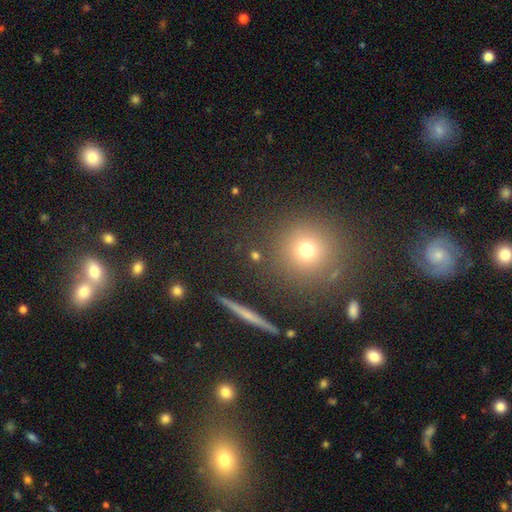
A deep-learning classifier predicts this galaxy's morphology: Q: Smooth or featured?
A: smooth (63%); runner-up: star or artifact (24%)
Q: How rounded?
A: round (84%); runner-up: in between (10%)
Q: Merging?
A: none (86%); runner-up: minor disturbance (7%)